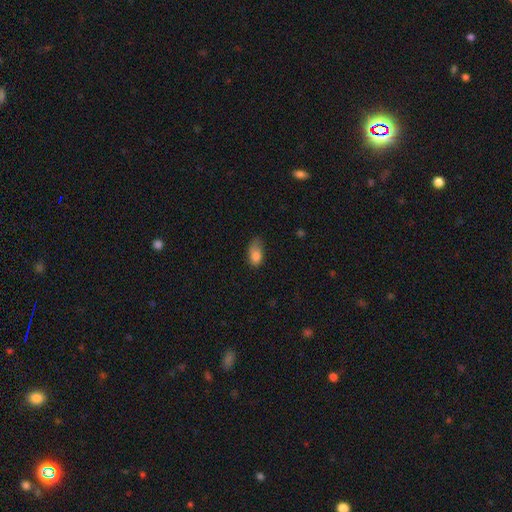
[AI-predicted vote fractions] Smooth or featured? Predicted: smooth (p=0.82). How rounded? Predicted: in between (p=0.87). Merging? Predicted: minor disturbance (p=0.41).